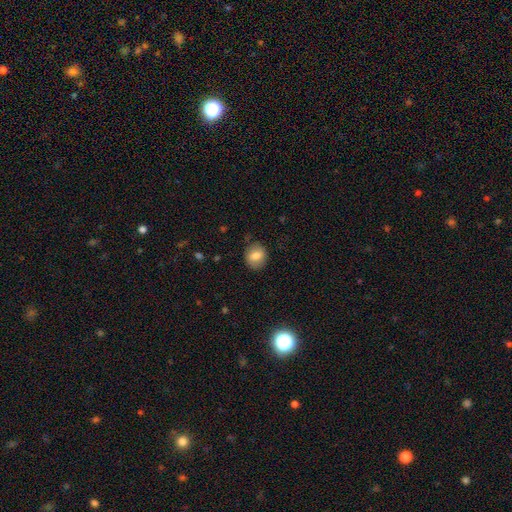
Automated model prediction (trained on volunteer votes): smooth 76%, featured or disk 16%, star or artifact 9%. Down the decision tree: how rounded — round (63%); merging — none (82%).